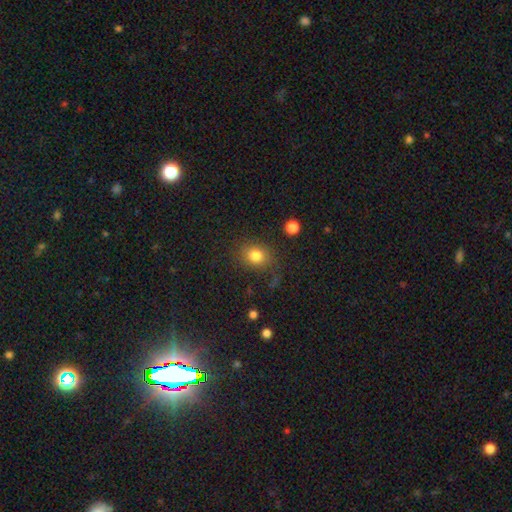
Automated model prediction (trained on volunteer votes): Smooth or featured? smooth (81%)
How rounded? round (60%)
Merging? none (76%)